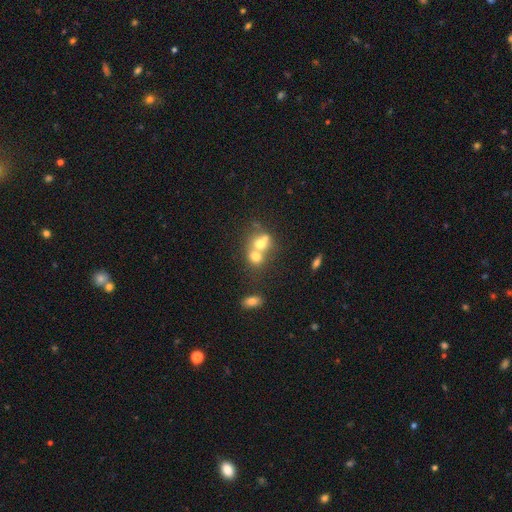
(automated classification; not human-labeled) Overall: smooth (55%; featured or disk 26%). How rounded: round (65%; in between 34%). Merging: merger (62%; none 28%).